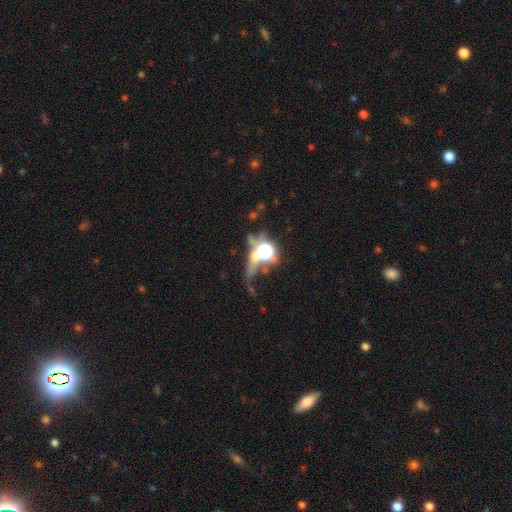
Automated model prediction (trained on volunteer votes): Smooth or featured? Predicted: star or artifact (p=0.40).